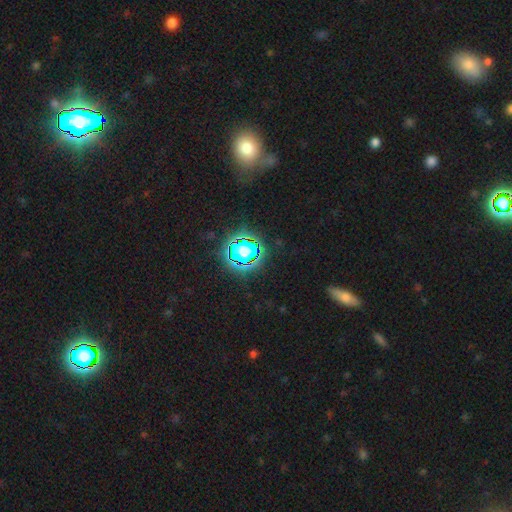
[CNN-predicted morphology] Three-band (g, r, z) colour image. It shows a star or artifact, not a galaxy (70%).